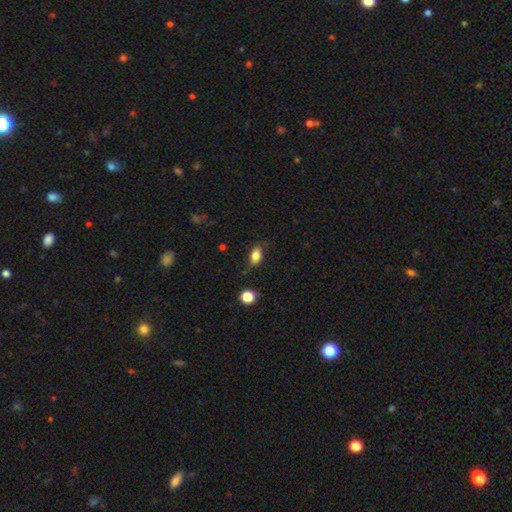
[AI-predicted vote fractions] Overall: smooth (83%). How rounded: in between (84%). Merging: none (77%).